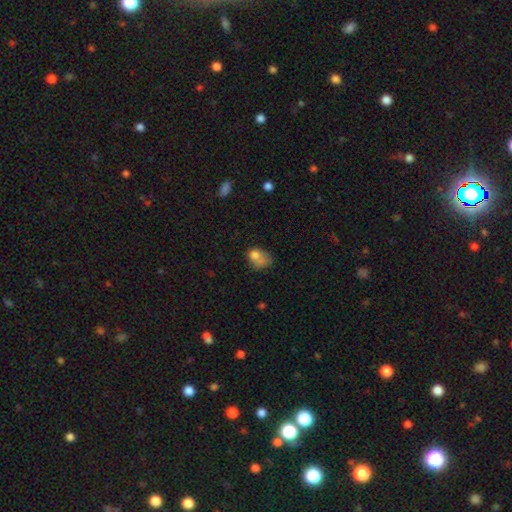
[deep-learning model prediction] smooth-or-featured: smooth: 71% | featured or disk: 17% | star or artifact: 11%
  how-rounded: in between: 56% | round: 42% | cigar-shaped: 1%
  merging: none: 27% (tied) | merger: 27% (tied) | minor disturbance: 23% | major disturbance: 22%